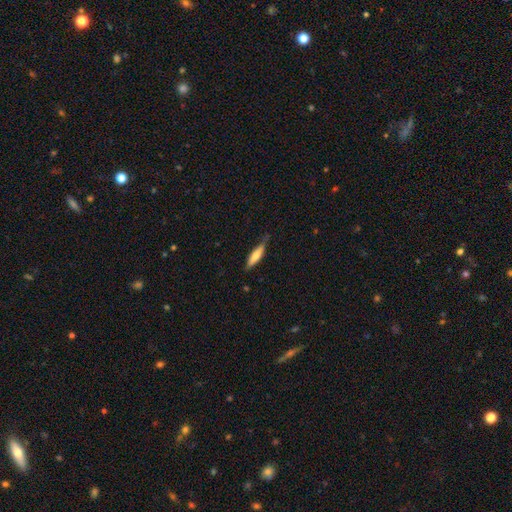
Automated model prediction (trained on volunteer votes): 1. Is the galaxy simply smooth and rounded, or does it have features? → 66% smooth, 29% featured or disk, 6% star or artifact.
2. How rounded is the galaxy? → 73% cigar-shaped, 25% in between, 2% round.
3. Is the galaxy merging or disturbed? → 68% none, 26% minor disturbance, 5% major disturbance, 2% merger.